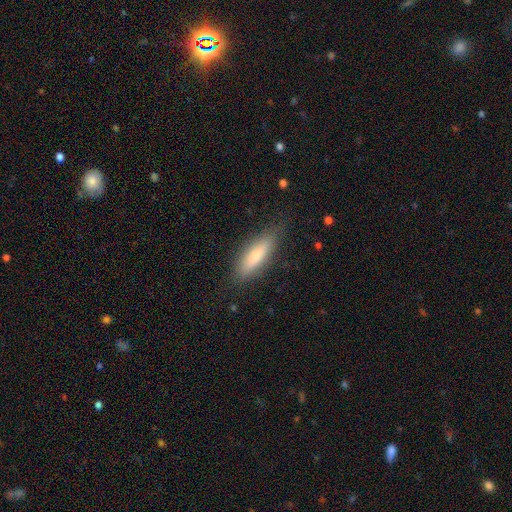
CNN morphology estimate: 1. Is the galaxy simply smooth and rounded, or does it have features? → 66% smooth, 28% featured or disk, 7% star or artifact.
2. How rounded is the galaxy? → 59% cigar-shaped, 39% in between, 2% round.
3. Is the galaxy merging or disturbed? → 81% none, 14% minor disturbance, 3% major disturbance, 1% merger.